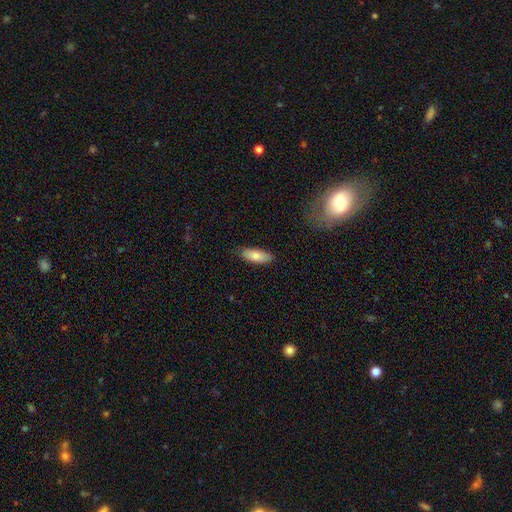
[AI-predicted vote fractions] A smooth galaxy with no disk features (78%) that is in between round and cigar-shaped (71%). Merging: none (86%).